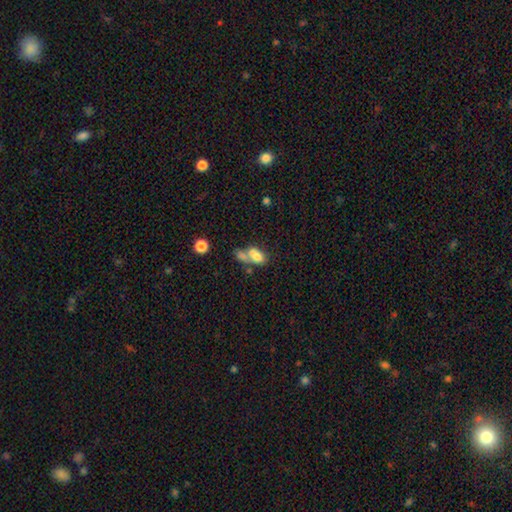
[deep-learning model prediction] Overall: smooth (71%). How rounded: in between (82%). Merging: merger (59%; none 22%).